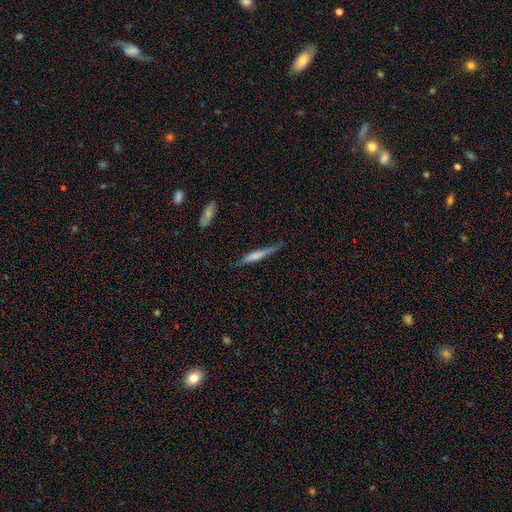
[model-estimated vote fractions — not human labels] Smooth or featured? Predicted: smooth (p=0.58). How rounded? Predicted: cigar-shaped (p=0.92). Merging? Predicted: none (p=0.66).